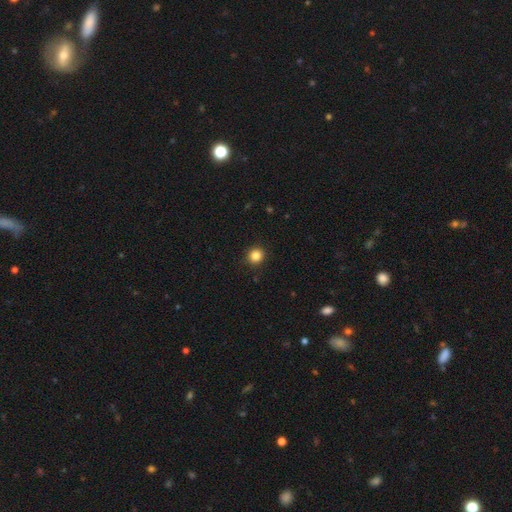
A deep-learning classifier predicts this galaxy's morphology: The model was most divided on "smooth or featured": smooth: 85%, star or artifact: 11%, featured or disk: 4%. More confident: how rounded — round (92%); merging — none (91%).